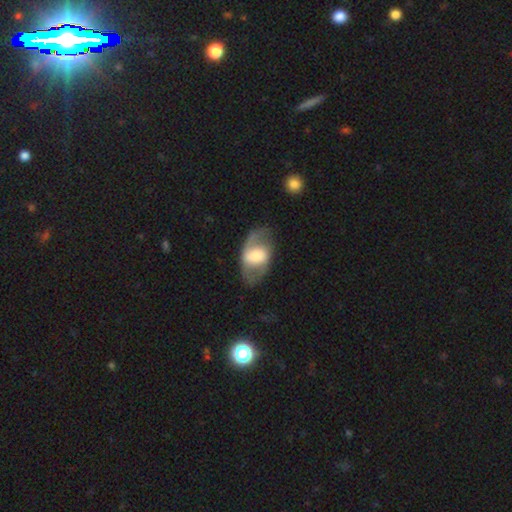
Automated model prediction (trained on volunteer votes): featured or disk 62%, smooth 32%, star or artifact 6%. Down the decision tree: edge-on disk — no (92%); bar — weak (38%); spiral arms — yes (68%); bulge size — moderate (46%); merging — none (70%).